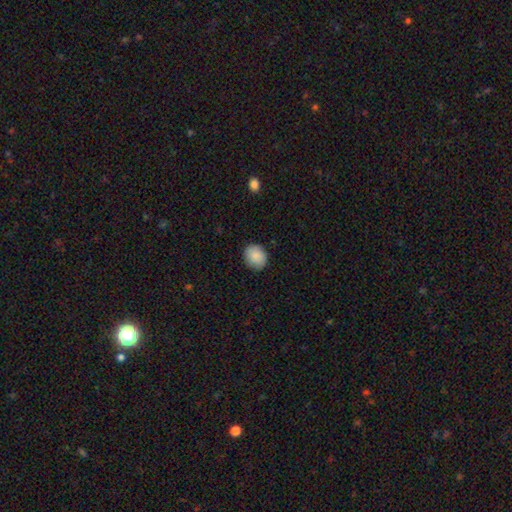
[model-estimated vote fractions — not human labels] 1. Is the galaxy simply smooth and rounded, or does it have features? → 88% smooth, 7% star or artifact, 5% featured or disk.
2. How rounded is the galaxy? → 69% round, 30% in between, 1% cigar-shaped.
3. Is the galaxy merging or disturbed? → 87% none, 10% minor disturbance, 2% major disturbance, 1% merger.